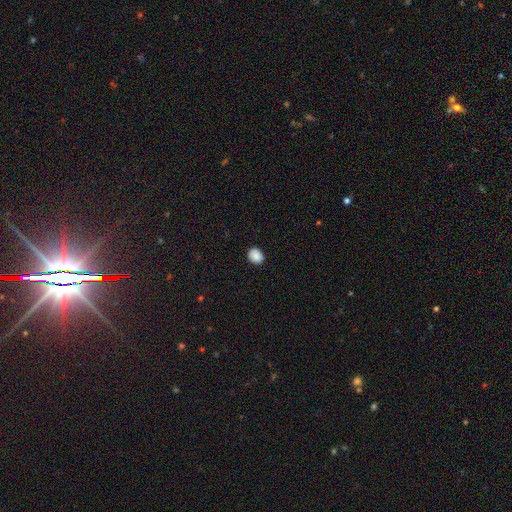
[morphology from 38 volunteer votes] Smooth or featured? smooth (84%)
How rounded? round (75%)
Merging? none (81%)